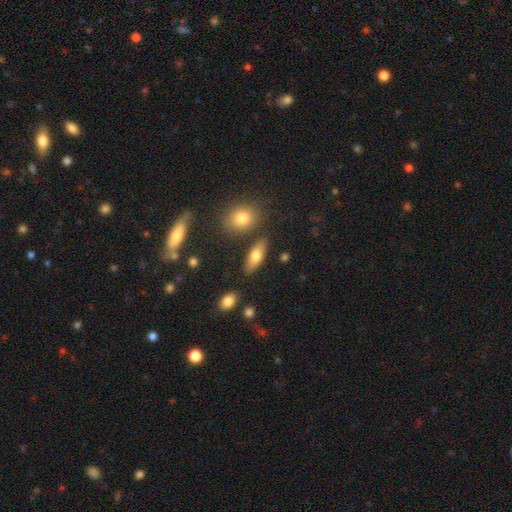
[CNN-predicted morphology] This appears to be a smooth galaxy with no disk features (72%) that is in between round and cigar-shaped (75%). Merging: none (81%).